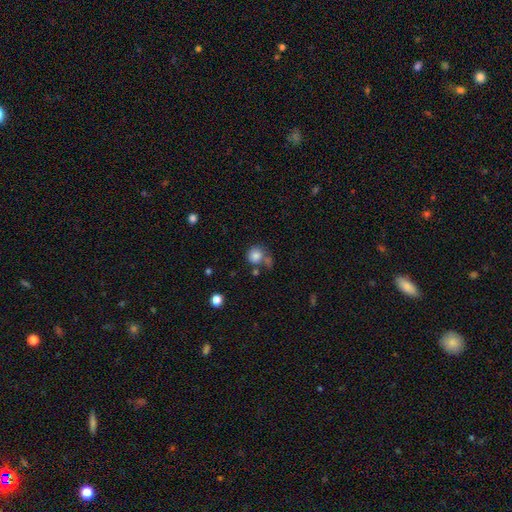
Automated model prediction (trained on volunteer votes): Smooth or featured?
  - smooth: 82% *
  - star or artifact: 10%
  - featured or disk: 8%
How rounded?
  - round: 87% *
  - in between: 12%
  - cigar-shaped: 1%
Merging?
  - none: 51% *
  - merger: 23%
  - minor disturbance: 16%
  - major disturbance: 10%